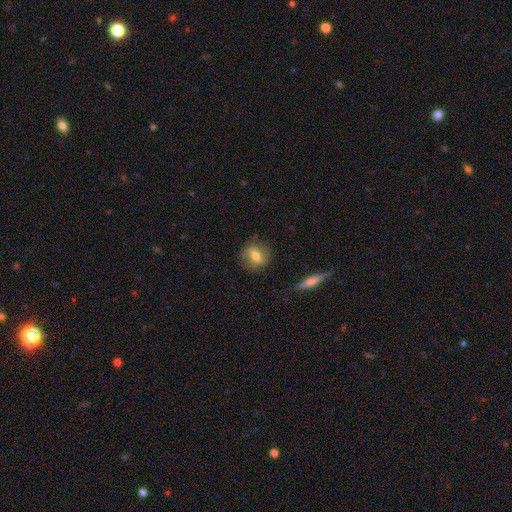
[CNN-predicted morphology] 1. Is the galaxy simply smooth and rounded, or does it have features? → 62% smooth, 29% featured or disk, 8% star or artifact.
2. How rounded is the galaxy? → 58% round, 38% in between, 4% cigar-shaped.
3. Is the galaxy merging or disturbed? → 80% none, 14% minor disturbance, 4% major disturbance, 2% merger.